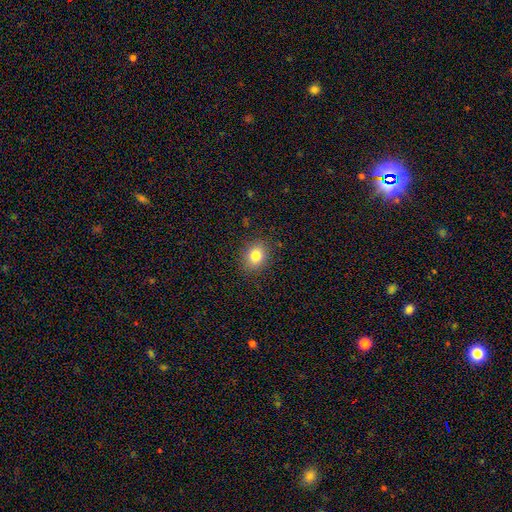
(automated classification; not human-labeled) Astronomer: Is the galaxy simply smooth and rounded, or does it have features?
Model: smooth — 80%.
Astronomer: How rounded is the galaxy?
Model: round — 65%.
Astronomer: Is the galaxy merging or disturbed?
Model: none — 88%.